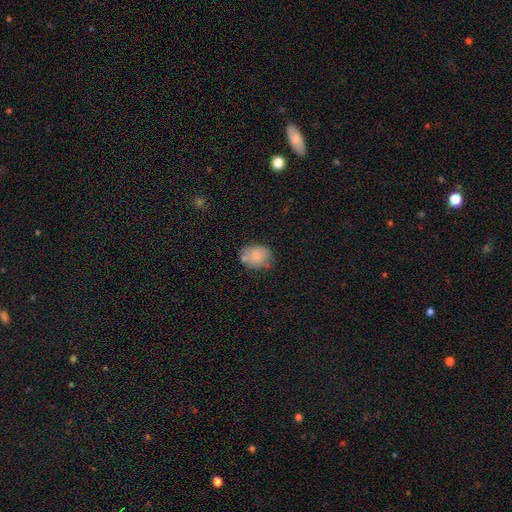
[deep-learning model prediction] Smooth or featured? smooth (77%)
How rounded? in between (50%)
Merging? none (61%)